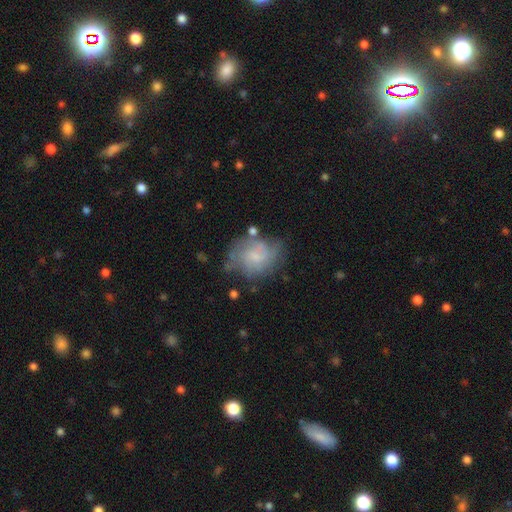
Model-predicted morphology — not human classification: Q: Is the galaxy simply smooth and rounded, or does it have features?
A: featured or disk — 53%.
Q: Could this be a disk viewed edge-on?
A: no — 97%.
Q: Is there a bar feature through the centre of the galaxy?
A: no — 64%.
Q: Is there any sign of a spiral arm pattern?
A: yes — 69%.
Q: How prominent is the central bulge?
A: small — 48%.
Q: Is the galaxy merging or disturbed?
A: none — 53%.